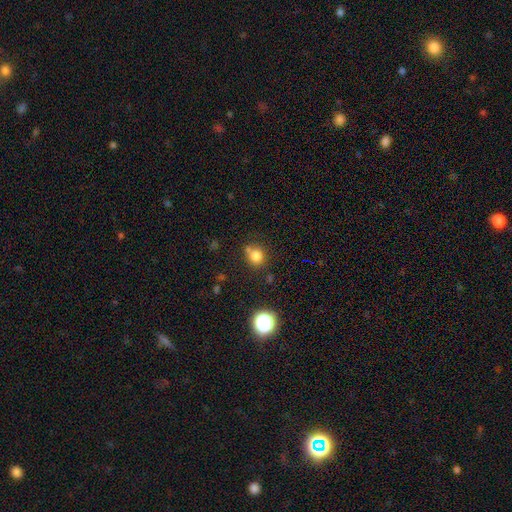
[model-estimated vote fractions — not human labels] The model was most divided on "merging": none: 67%, merger: 16%, minor disturbance: 13%, major disturbance: 4%. More confident: how rounded — round (82%); smooth or featured — smooth (79%).